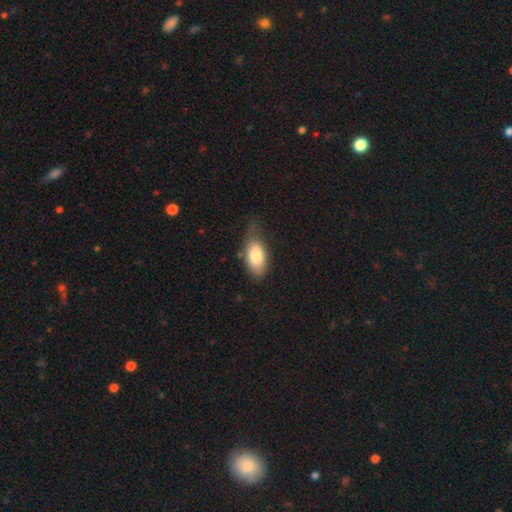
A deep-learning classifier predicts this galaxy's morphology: A smooth galaxy with no disk features (80%) that is in between round and cigar-shaped (91%).

Vote fractions:
- Smooth or featured? smooth: 80% / featured or disk: 14% / star or artifact: 7%
- How rounded? in between: 91% / cigar-shaped: 5% / round: 4%
- Merging? none: 49% / minor disturbance: 35% / major disturbance: 13% / merger: 2%